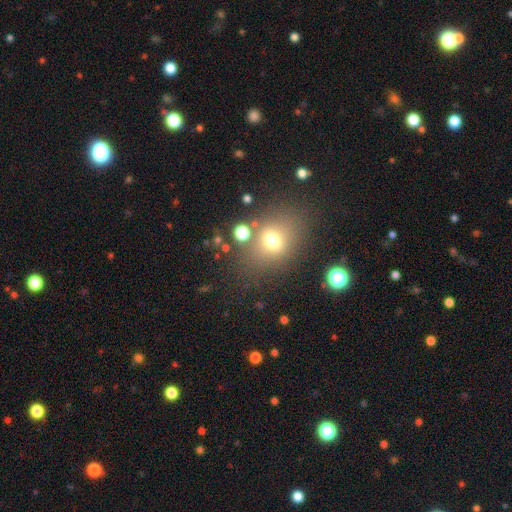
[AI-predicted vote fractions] smooth_or_featured: smooth (p=0.58) [alt: star or artifact p=0.29]
how_rounded: round (p=0.50) [alt: in between p=0.48]
merging: none (p=0.77) [alt: minor disturbance p=0.11]